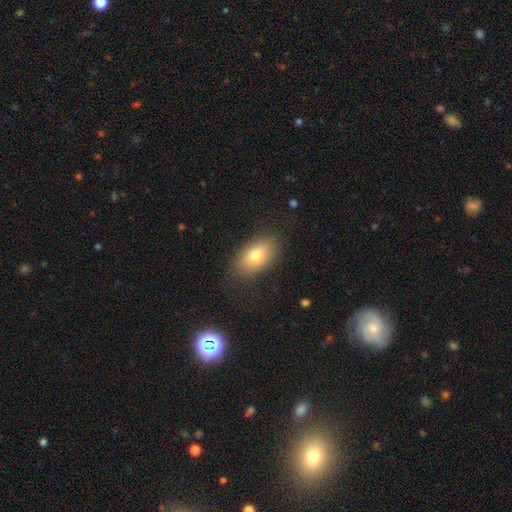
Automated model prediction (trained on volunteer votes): Smooth or featured?
  - smooth: 76% *
  - featured or disk: 15%
  - star or artifact: 9%
How rounded?
  - in between: 90% *
  - round: 7%
  - cigar-shaped: 3%
Merging?
  - none: 83% *
  - minor disturbance: 12%
  - major disturbance: 4%
  - merger: 1%